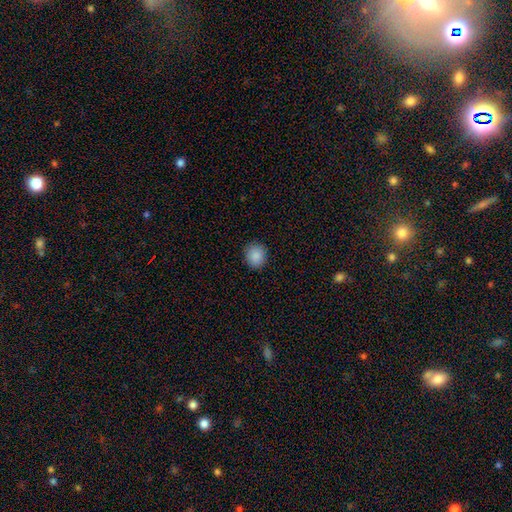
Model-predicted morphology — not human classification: A smooth galaxy with no disk features (88%) that is round (77%). Merging: none (90%).